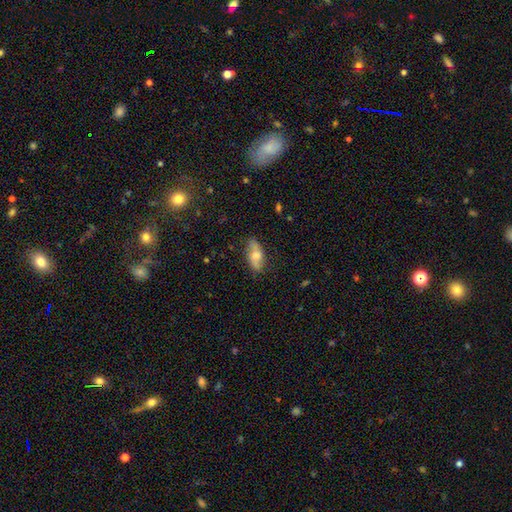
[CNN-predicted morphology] Smooth or featured? Predicted: smooth (p=0.53). How rounded? Predicted: in between (p=0.83). Merging? Predicted: none (p=0.74).